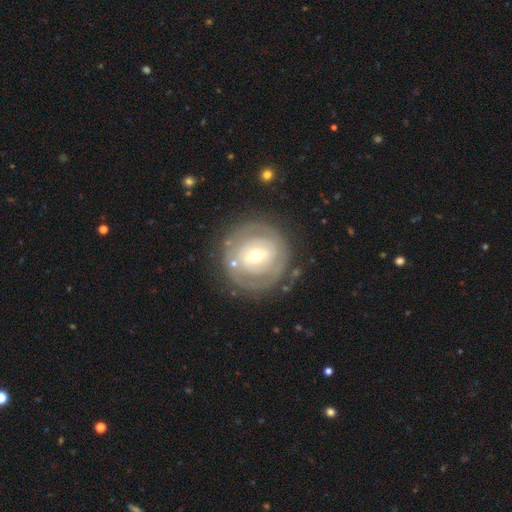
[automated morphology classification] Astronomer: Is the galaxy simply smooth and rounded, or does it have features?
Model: featured or disk — 66%.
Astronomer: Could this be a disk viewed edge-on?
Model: no — 97%.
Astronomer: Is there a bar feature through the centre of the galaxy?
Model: no — 49% (runner-up: weak, 35%).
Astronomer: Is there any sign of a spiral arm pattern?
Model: no — 53% (runner-up: yes, 47%).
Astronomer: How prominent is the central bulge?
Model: small — 53% (runner-up: moderate, 42%).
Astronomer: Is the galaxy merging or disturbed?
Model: none — 79%.